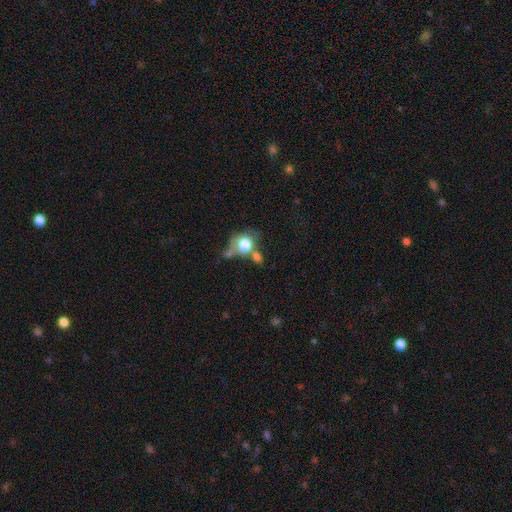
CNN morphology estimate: Smooth or featured: smooth — 68% (featured or disk — 20%)
How rounded: round — 60% (in between — 38%)
Merging: none — 35% (merger — 33%)